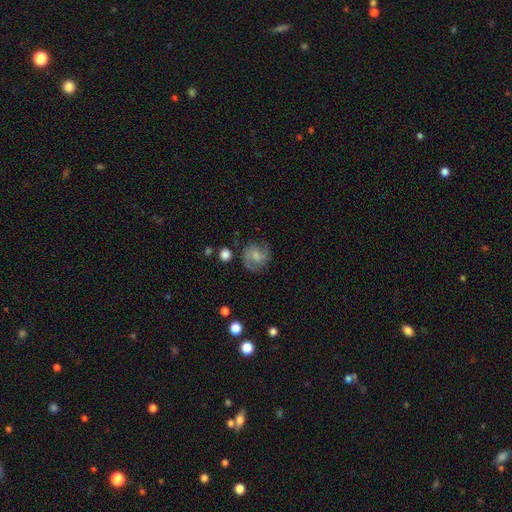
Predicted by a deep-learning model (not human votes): This appears to be a featured or disk galaxy (56%) with no bar (53%), spiral arms (88%) and a moderate central bulge (39%). Merging: none (71%).